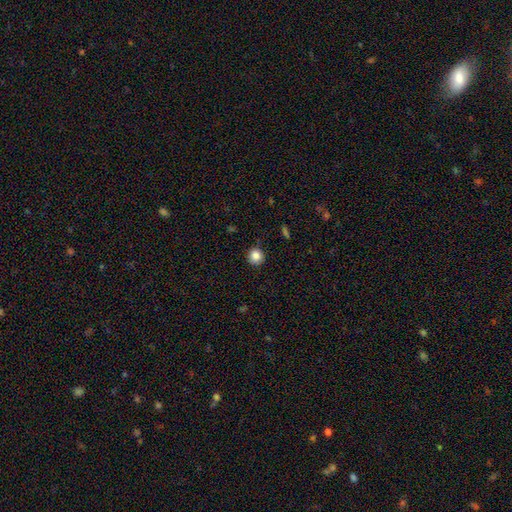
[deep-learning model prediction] smooth 85%, star or artifact 10%, featured or disk 4%. Down the decision tree: how rounded — round (93%); merging — none (87%).